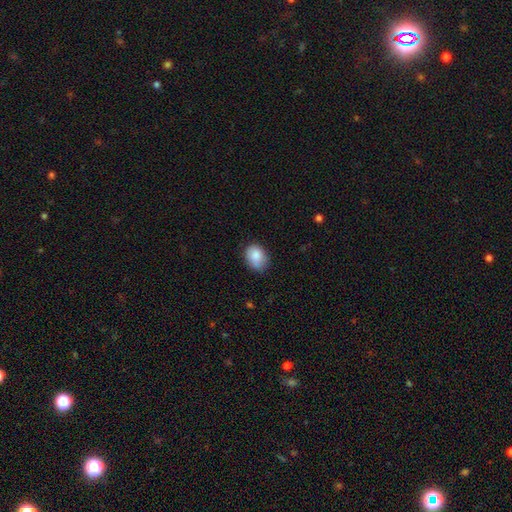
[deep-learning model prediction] Morphology: type=smooth (85%); roundness=in between (67%); merging=none (70%).